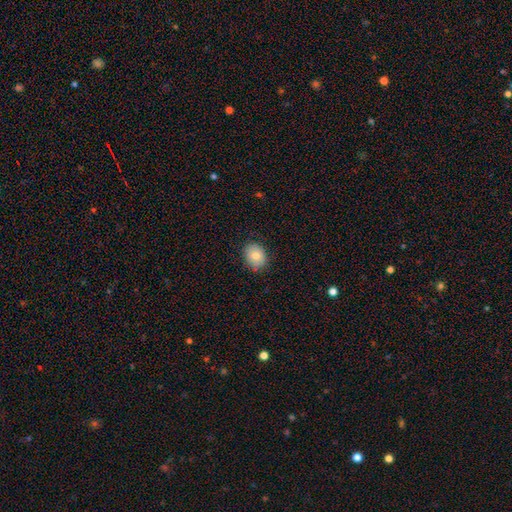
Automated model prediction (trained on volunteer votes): This is clearly a smooth galaxy (80%). How rounded: possibly in between (55%). Merging: clearly none (86%).